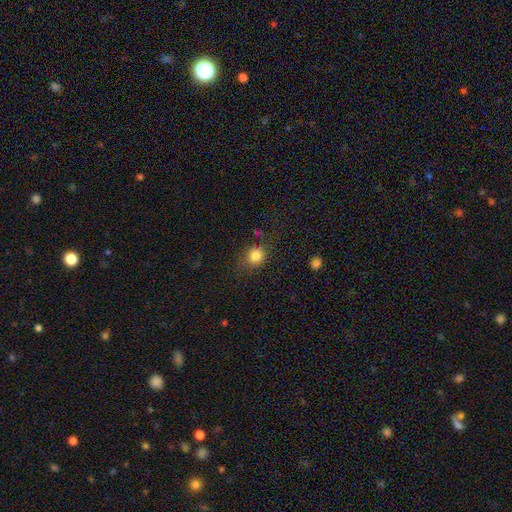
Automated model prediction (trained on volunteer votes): This appears to be a smooth galaxy with no disk features (83%) that is round (79%). Merging: none (75%).